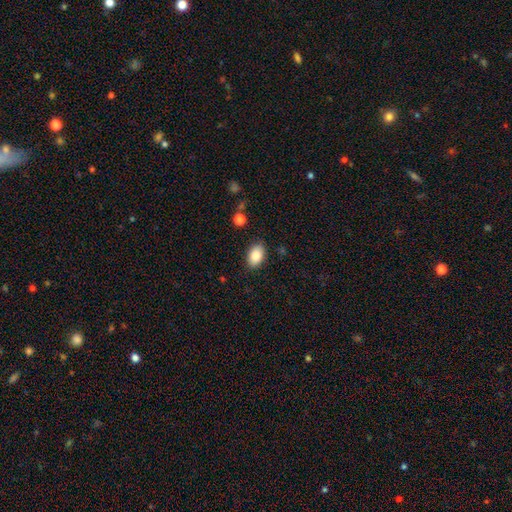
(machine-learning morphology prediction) Overall: smooth (86%). How rounded: in between (90%). Merging: none (86%).